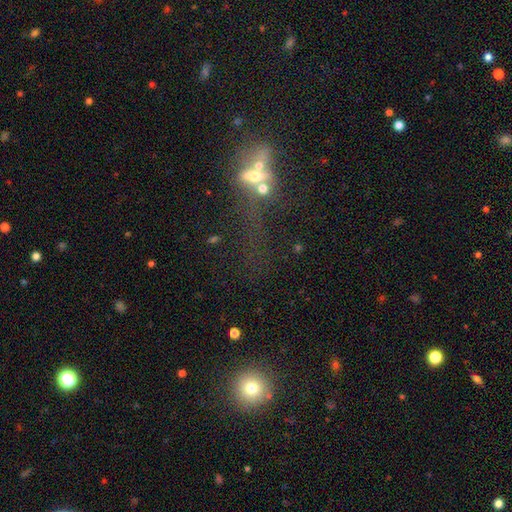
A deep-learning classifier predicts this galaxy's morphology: This is marginally a star or artifact rather than a galaxy (40%).